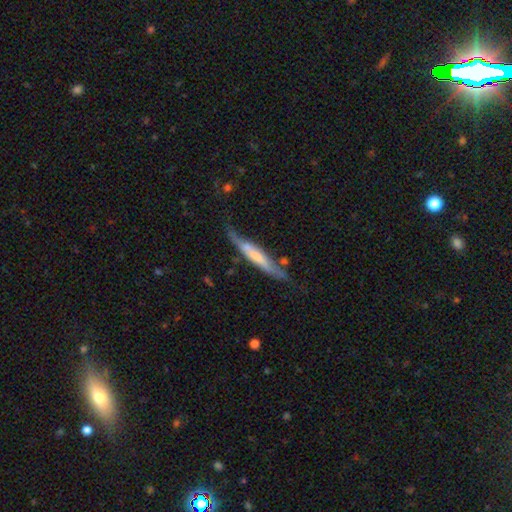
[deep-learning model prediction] A featured or disk galaxy (56%) viewed edge-on (77%).

Vote fractions:
- Smooth or featured? featured or disk: 56% / smooth: 39% / star or artifact: 5%
- Edge-on disk? yes: 77% / no: 23%
- Merging? none: 57% / minor disturbance: 27% / major disturbance: 10% / merger: 6%